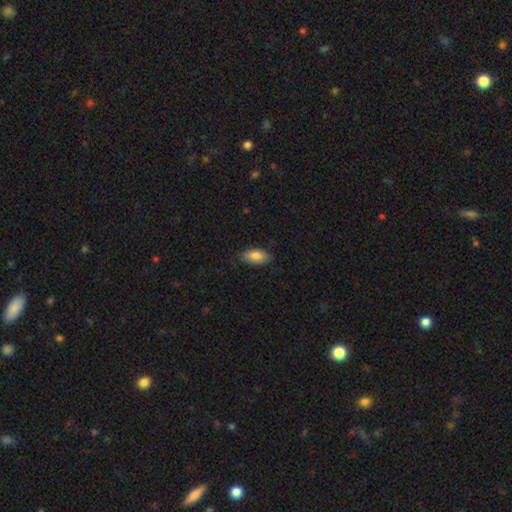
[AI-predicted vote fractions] Smooth or featured: smooth — 84% (featured or disk — 9%)
How rounded: in between — 91% (cigar-shaped — 6%)
Merging: none — 80% (minor disturbance — 16%)